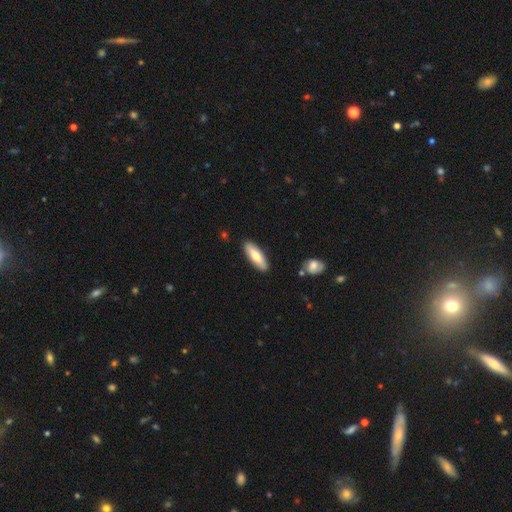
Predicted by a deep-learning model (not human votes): Morphology: type=smooth (69%); roundness=in between (53%); merging=none (88%).